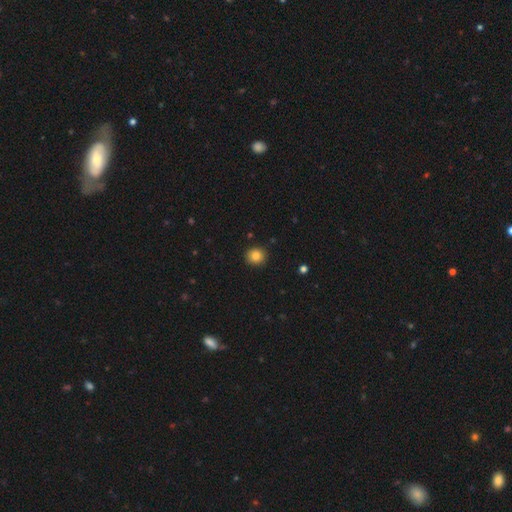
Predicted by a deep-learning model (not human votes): This is clearly a smooth galaxy (84%). How rounded: clearly round (88%). Merging: clearly none (90%).